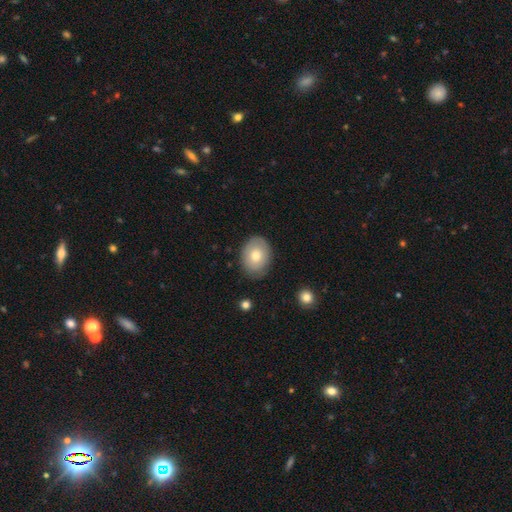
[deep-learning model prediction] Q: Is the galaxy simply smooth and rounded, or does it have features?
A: smooth — 73%.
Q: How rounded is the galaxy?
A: in between — 62%.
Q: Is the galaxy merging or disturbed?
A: none — 80%.